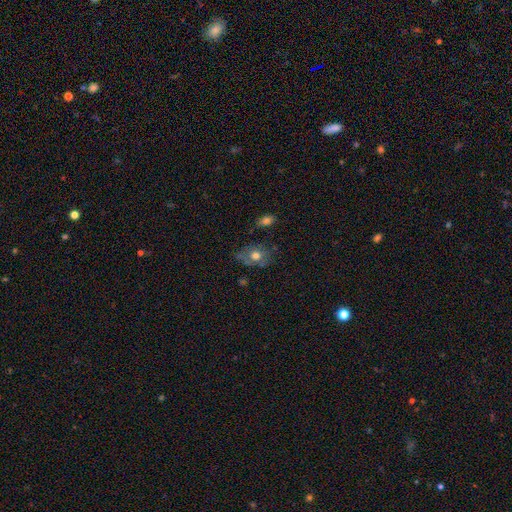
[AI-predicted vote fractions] This is likely a smooth galaxy (61%). How rounded: possibly in between (55%). Merging: possibly none (59%).